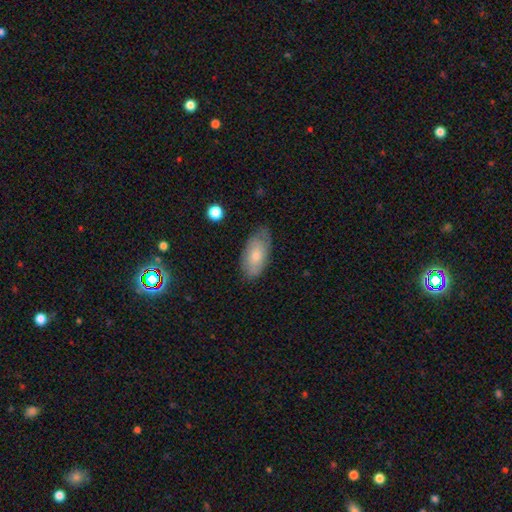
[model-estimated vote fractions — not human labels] smooth 67%, featured or disk 26%, star or artifact 6%. Down the decision tree: how rounded — in between (92%); merging — none (71%).